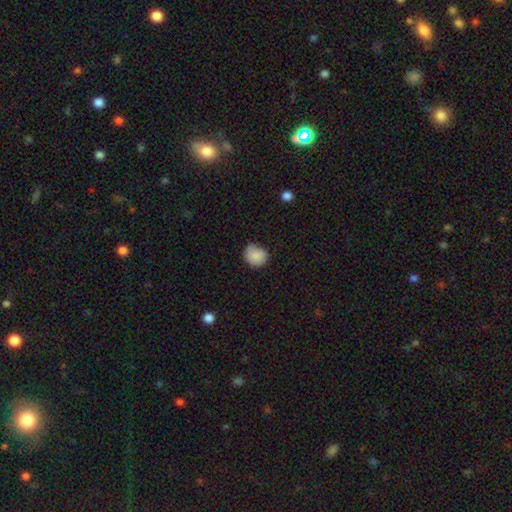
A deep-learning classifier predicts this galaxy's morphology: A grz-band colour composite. It shows a smooth galaxy with no disk features (83%) that is round (77%). Merging: none (60%).